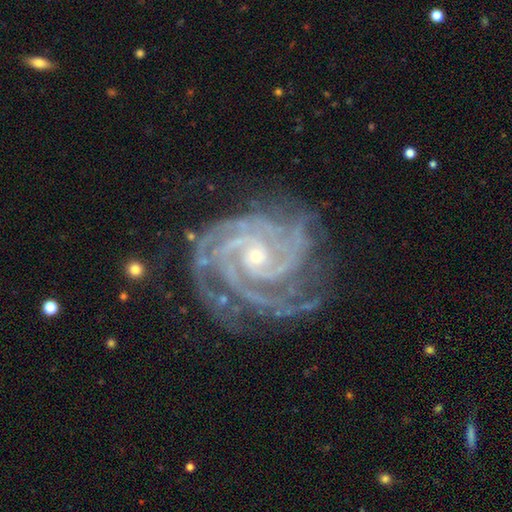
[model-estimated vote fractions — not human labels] featured or disk 93%, star or artifact 5%, smooth 2%. Down the decision tree: edge-on disk — no (98%); bar — no (67%); spiral arms — yes (99%); spiral arm count — 3 (31%); spiral winding — tight (79%); bulge size — small (65%); merging — none (72%).